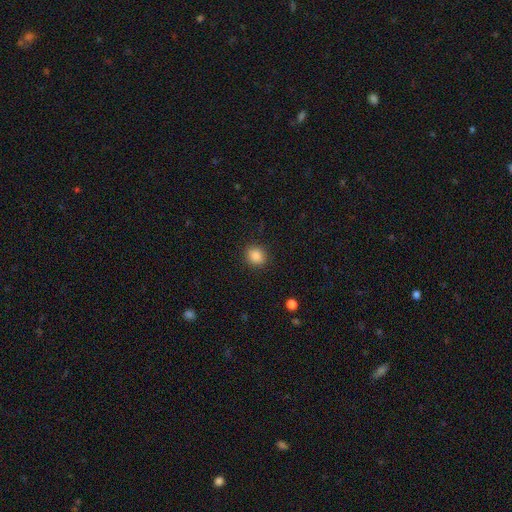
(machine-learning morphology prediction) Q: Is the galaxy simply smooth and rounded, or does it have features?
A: smooth — 87%.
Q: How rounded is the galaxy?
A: round — 77%.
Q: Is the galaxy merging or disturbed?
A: none — 89%.